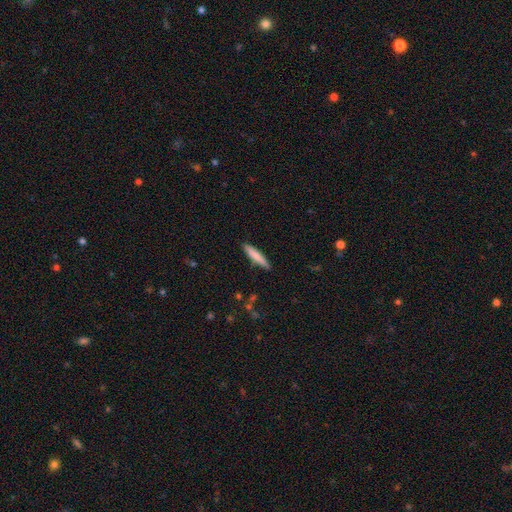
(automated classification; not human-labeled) smooth_or_featured: smooth (p=0.80) [alt: featured or disk p=0.14]
how_rounded: cigar-shaped (p=0.88) [alt: in between p=0.11]
merging: none (p=0.88) [alt: minor disturbance p=0.09]